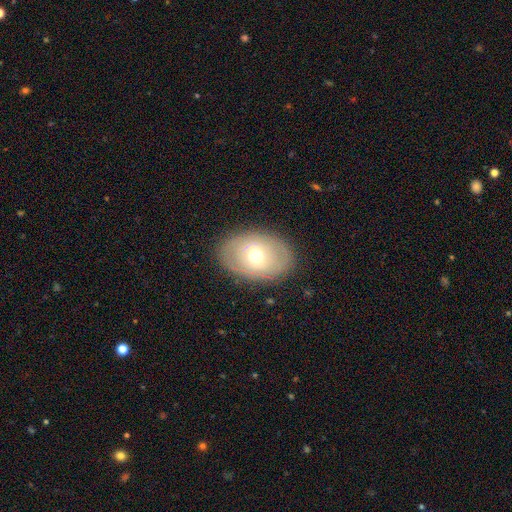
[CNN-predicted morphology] smooth-or-featured: smooth: 48% | featured or disk: 44% | star or artifact: 7%
  merging: none: 84% | minor disturbance: 11% | major disturbance: 4% | merger: 1%